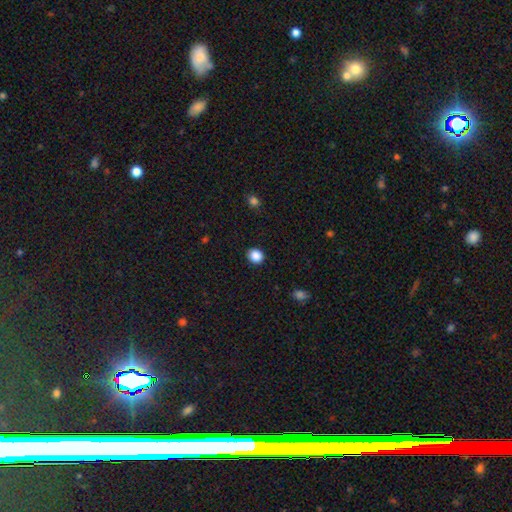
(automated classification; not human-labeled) Smooth or featured?
  - smooth: 88% *
  - star or artifact: 10%
  - featured or disk: 3%
How rounded?
  - round: 76% *
  - in between: 23%
  - cigar-shaped: 1%
Merging?
  - none: 91% *
  - minor disturbance: 6%
  - major disturbance: 2%
  - merger: 1%